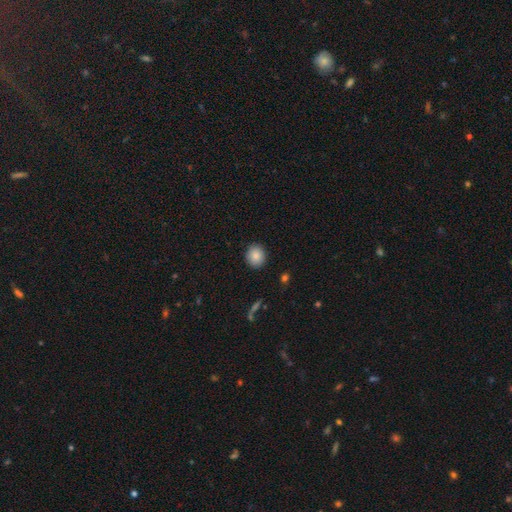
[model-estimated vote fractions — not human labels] smooth-or-featured: smooth: 86% | star or artifact: 9% | featured or disk: 5%
  how-rounded: round: 76% | in between: 23% | cigar-shaped: 1%
  merging: none: 90% | minor disturbance: 7% | major disturbance: 2% | merger: 1%